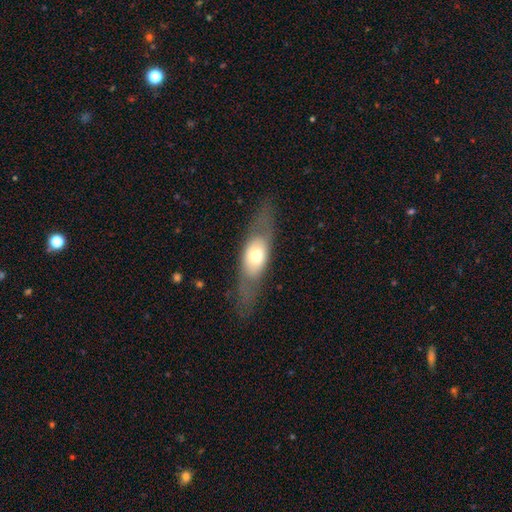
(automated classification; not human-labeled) Overall: featured or disk (49%; smooth 45%). Merging: none (71%).